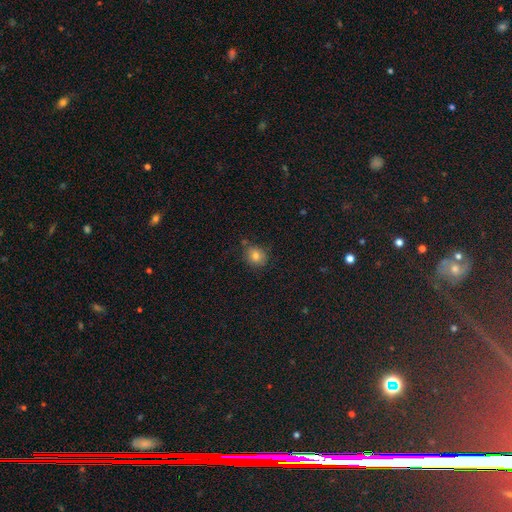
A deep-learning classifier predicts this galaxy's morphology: Smooth or featured: smooth — 80% (star or artifact — 12%)
How rounded: round — 70% (in between — 29%)
Merging: none — 75% (minor disturbance — 17%)